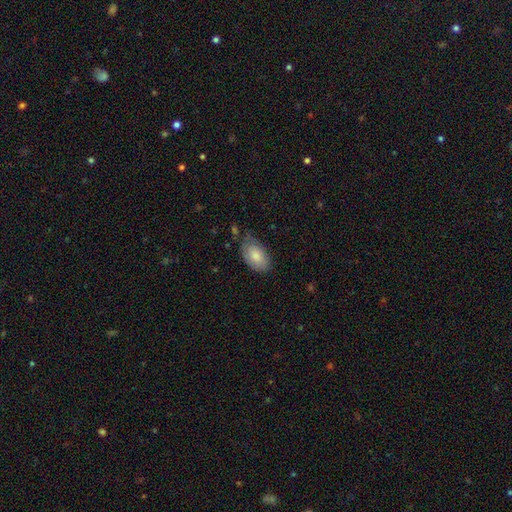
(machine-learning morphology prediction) Smooth or featured? smooth (82%)
How rounded? in between (94%)
Merging? none (58%)